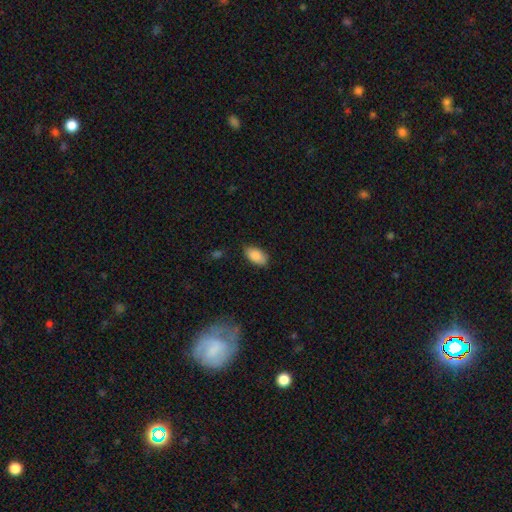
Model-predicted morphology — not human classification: Smooth or featured? Predicted: smooth (p=0.88). How rounded? Predicted: in between (p=0.94). Merging? Predicted: none (p=0.78).